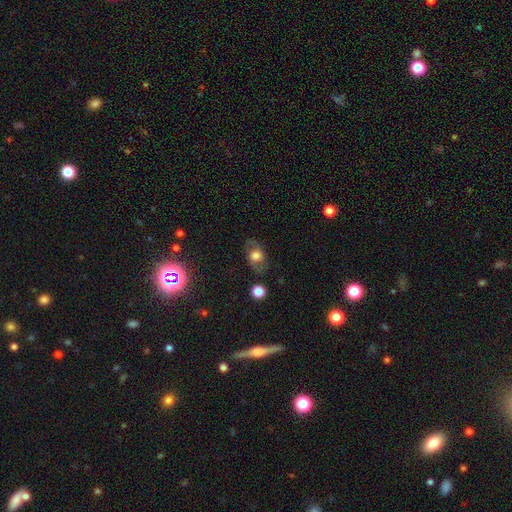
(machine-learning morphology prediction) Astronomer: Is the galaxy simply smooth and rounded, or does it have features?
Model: smooth — 47% (runner-up: featured or disk, 43%).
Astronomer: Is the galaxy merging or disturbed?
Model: none — 76%.